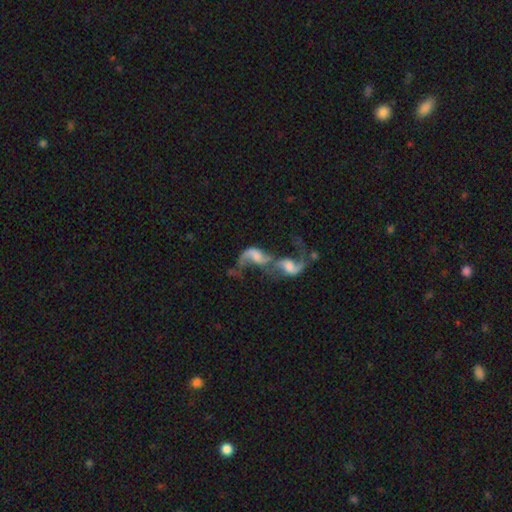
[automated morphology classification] A featured or disk galaxy (67%) with no bar (54%), 2 (61%) loose (80%) spiral arms (79%) and no central bulge (36%). Merging: merger (79%).